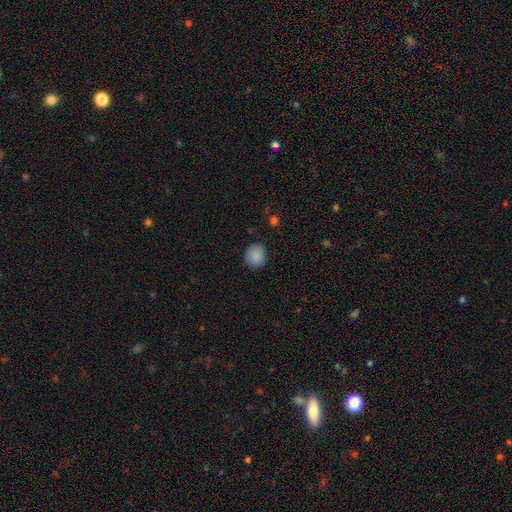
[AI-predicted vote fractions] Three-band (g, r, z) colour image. It shows a smooth galaxy with no disk features (88%) that is round (80%). Merging: none (88%).